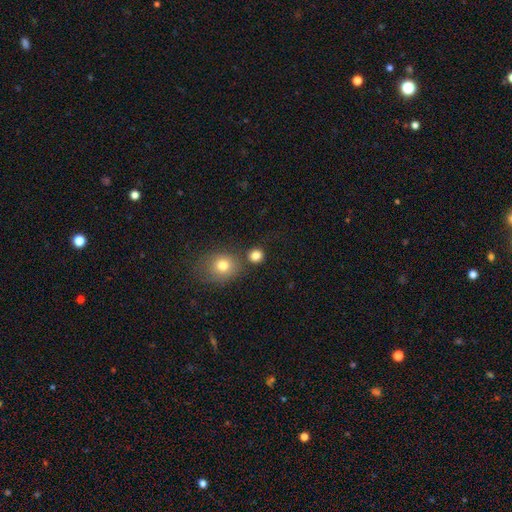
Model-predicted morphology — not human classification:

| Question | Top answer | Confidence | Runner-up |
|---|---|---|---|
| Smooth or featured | smooth | 83% | star or artifact (12%) |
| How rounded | round | 87% | in between (12%) |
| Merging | none | 74% | merger (14%) |